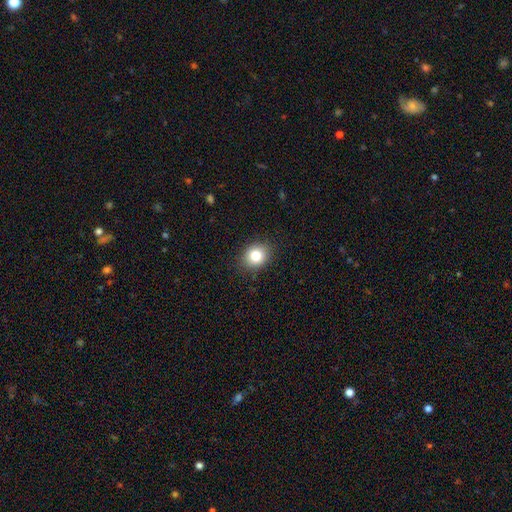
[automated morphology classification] Q: Smooth or featured?
A: smooth (81%); runner-up: star or artifact (11%)
Q: How rounded?
A: round (65%); runner-up: in between (34%)
Q: Merging?
A: none (88%); runner-up: minor disturbance (8%)